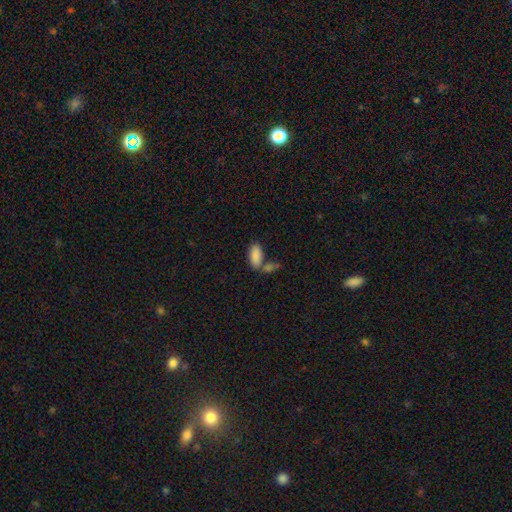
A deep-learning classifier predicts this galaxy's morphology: smooth 87%, star or artifact 7%, featured or disk 5%. Down the decision tree: how rounded — in between (91%); merging — none (50%).